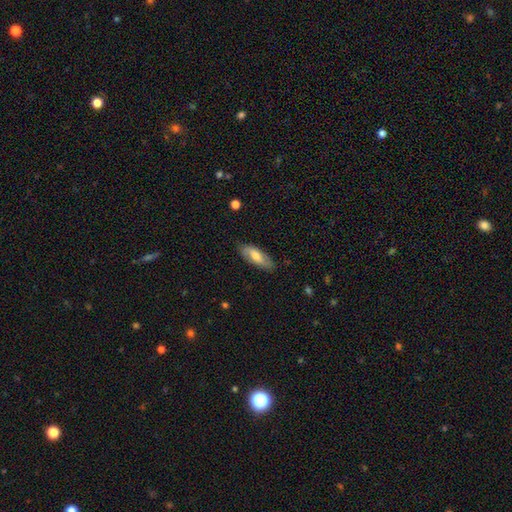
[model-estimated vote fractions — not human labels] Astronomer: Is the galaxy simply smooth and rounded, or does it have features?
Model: smooth — 60%.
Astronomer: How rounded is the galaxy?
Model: in between — 74%.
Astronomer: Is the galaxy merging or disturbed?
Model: none — 82%.